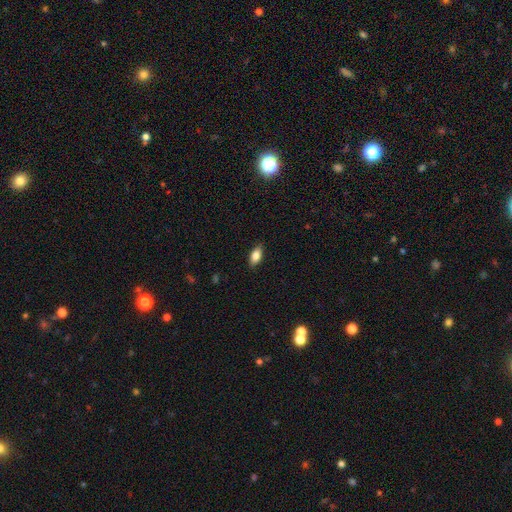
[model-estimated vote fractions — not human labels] Q: Smooth or featured?
A: smooth (79%); runner-up: featured or disk (14%)
Q: How rounded?
A: in between (86%); runner-up: cigar-shaped (10%)
Q: Merging?
A: none (87%); runner-up: minor disturbance (10%)